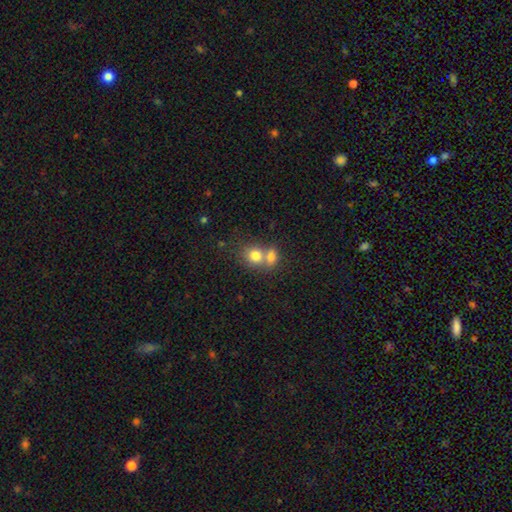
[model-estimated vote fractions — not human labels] A smooth galaxy with no disk features (78%) that is round (67%). Merging: merger (58%).